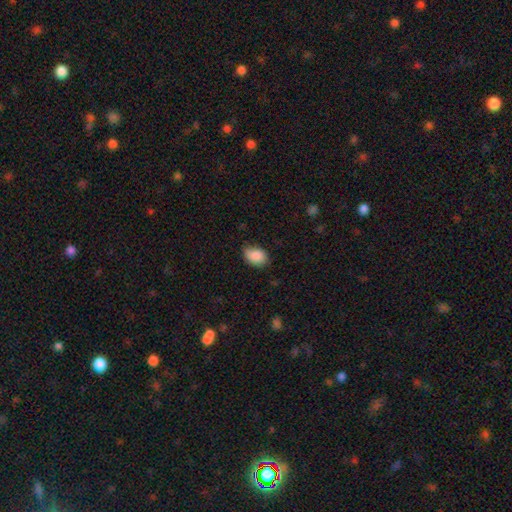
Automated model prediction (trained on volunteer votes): Smooth or featured: smooth — 88% (star or artifact — 7%)
How rounded: in between — 79% (round — 20%)
Merging: none — 69% (minor disturbance — 26%)